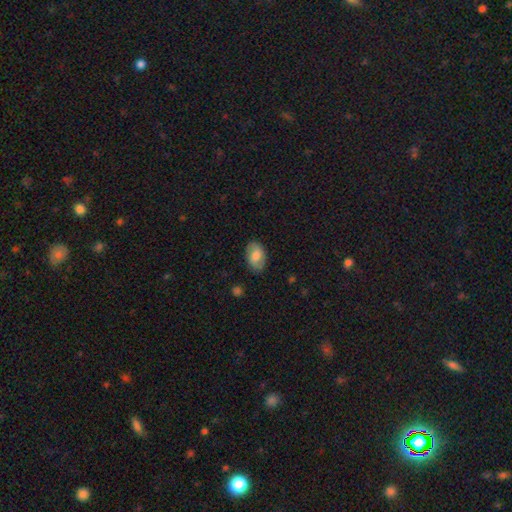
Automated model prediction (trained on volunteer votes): Q: Smooth or featured?
A: smooth (67%); runner-up: featured or disk (26%)
Q: How rounded?
A: in between (90%); runner-up: round (9%)
Q: Merging?
A: none (82%); runner-up: minor disturbance (14%)